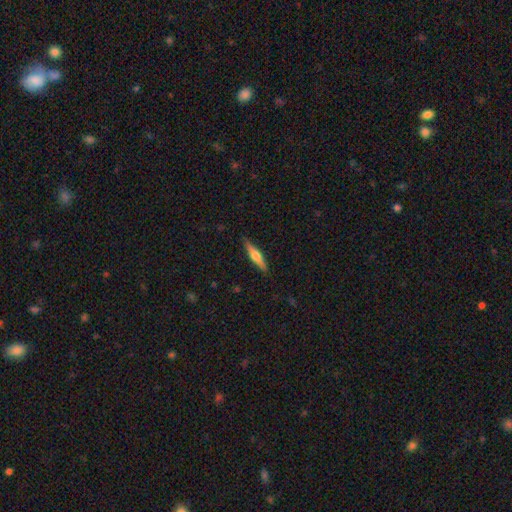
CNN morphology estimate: Smooth or featured? featured or disk (58%)
Edge-on disk? yes (97%)
Edge-on bulge? rounded (87%)
Merging? none (89%)